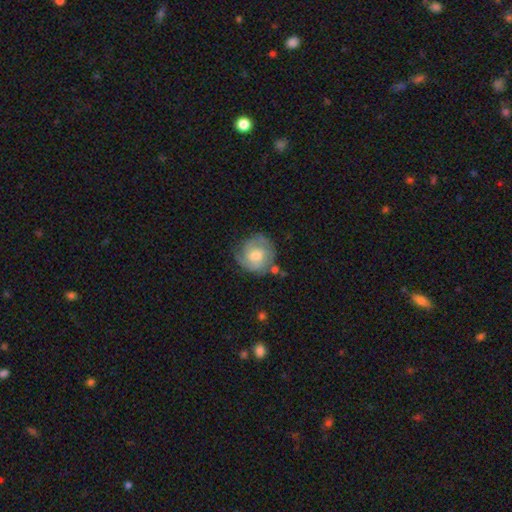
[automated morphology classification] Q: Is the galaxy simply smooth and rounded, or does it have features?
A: featured or disk — 57%.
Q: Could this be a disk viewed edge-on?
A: no — 97%.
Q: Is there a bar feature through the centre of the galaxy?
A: no — 68%.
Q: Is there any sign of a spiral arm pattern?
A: yes — 83%.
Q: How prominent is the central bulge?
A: moderate — 66%.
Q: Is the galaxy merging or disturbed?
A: none — 66%.